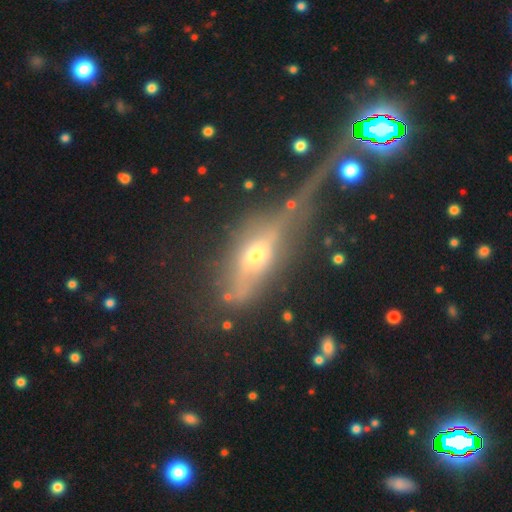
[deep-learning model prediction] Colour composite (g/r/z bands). It shows a featured or disk galaxy (52%) viewed edge-on (64%). Merging: none (36%).